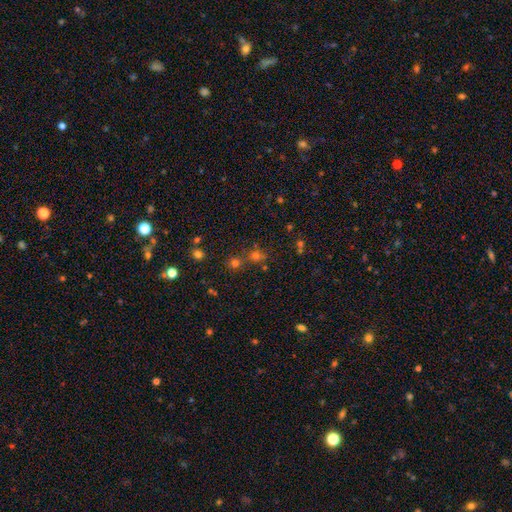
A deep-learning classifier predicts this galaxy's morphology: This is marginally a star or artifact rather than a galaxy (45%).